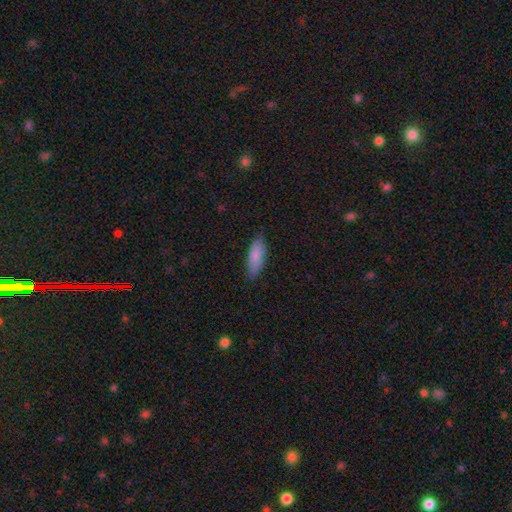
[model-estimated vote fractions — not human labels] This is clearly a smooth galaxy (83%). How rounded: likely in between (70%). Merging: clearly none (81%).